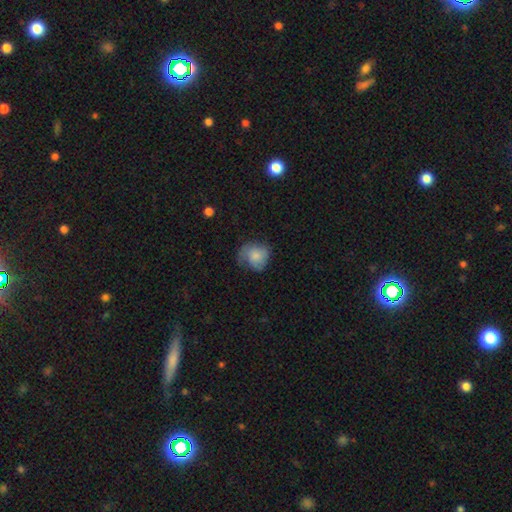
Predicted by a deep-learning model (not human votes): Smooth or featured?
  - smooth: 71% *
  - featured or disk: 21%
  - star or artifact: 8%
How rounded?
  - round: 72% *
  - in between: 27%
  - cigar-shaped: 1%
Merging?
  - none: 46% *
  - minor disturbance: 33%
  - major disturbance: 19%
  - merger: 2%